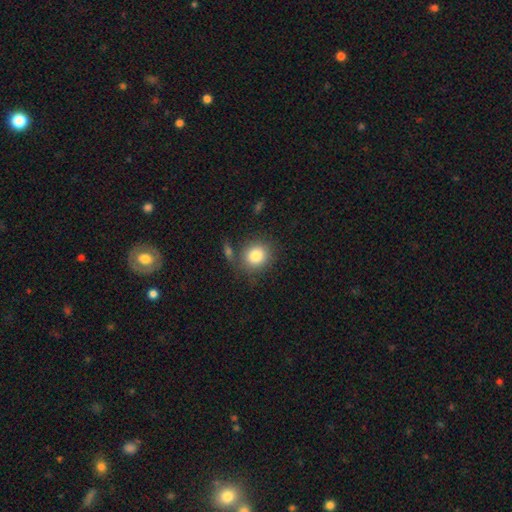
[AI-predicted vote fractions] Smooth or featured? Predicted: smooth (p=0.83). How rounded? Predicted: round (p=0.82). Merging? Predicted: none (p=0.73).